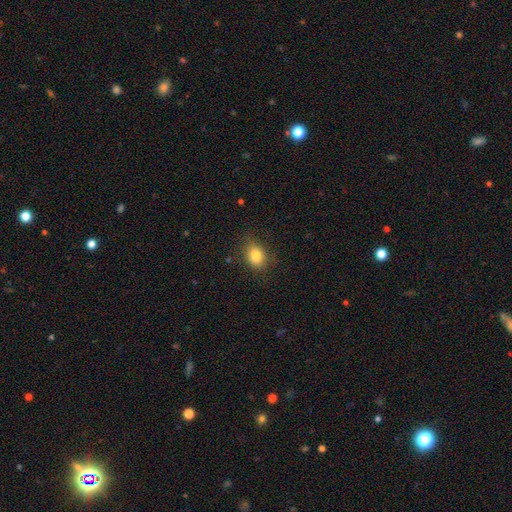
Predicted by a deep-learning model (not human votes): A smooth galaxy with no disk features (82%) that is in between round and cigar-shaped (55%). Merging: none (79%).